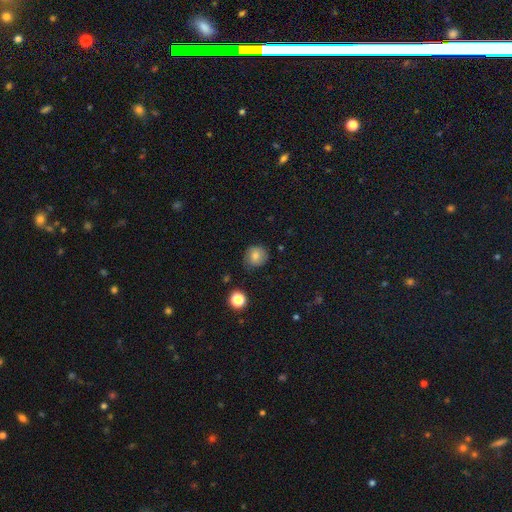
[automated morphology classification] This appears to be a smooth galaxy with no disk features (79%) that is round (84%). Merging: none (76%).